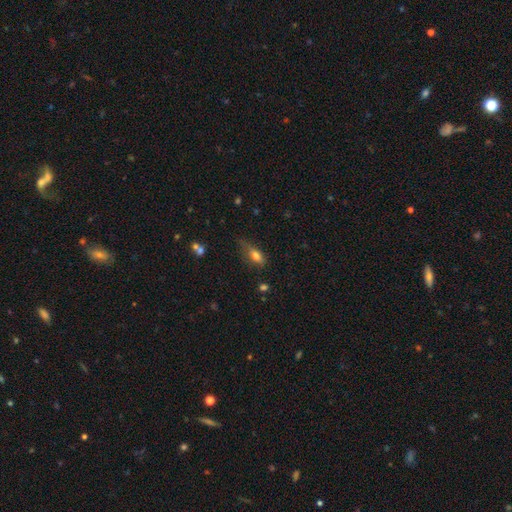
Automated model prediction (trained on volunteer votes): Smooth or featured? smooth (74%)
How rounded? in between (76%)
Merging? none (46%)